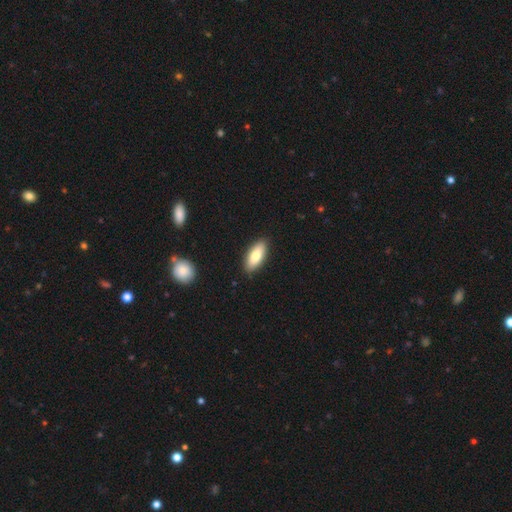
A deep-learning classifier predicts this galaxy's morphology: Smooth or featured? smooth (76%)
How rounded? in between (81%)
Merging? none (89%)